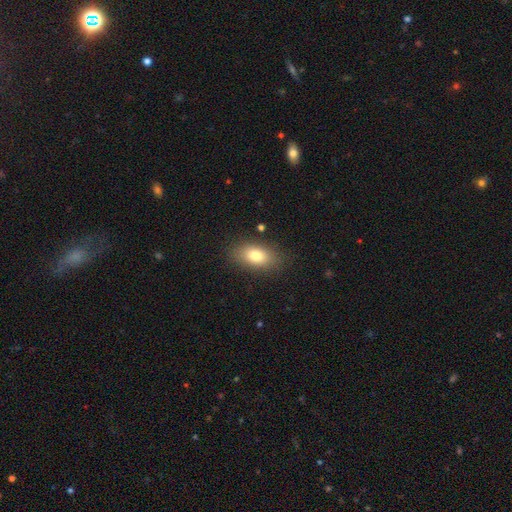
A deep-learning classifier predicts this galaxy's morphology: Smooth or featured? Predicted: smooth (p=0.80). How rounded? Predicted: in between (p=0.87). Merging? Predicted: none (p=0.84).